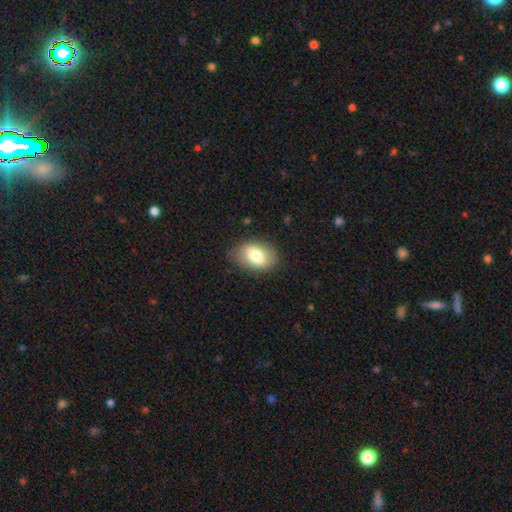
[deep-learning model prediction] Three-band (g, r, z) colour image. It shows a smooth galaxy with no disk features (77%) that is in between round and cigar-shaped (85%). Merging: none (83%).